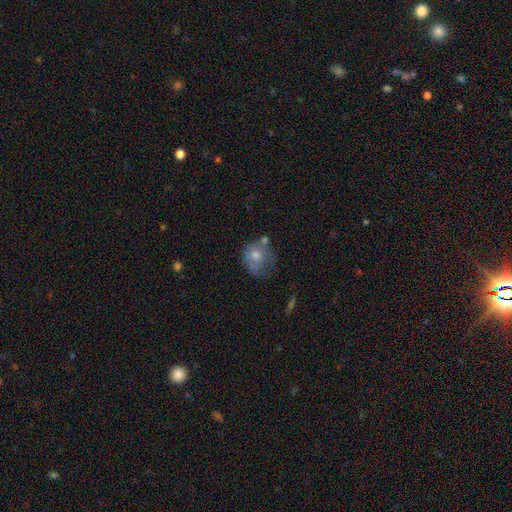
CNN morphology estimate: Smooth or featured?
  - smooth: 66% *
  - featured or disk: 25%
  - star or artifact: 9%
How rounded?
  - round: 68% *
  - in between: 31%
  - cigar-shaped: 1%
Merging?
  - none: 37% *
  - minor disturbance: 30%
  - major disturbance: 19%
  - merger: 14%